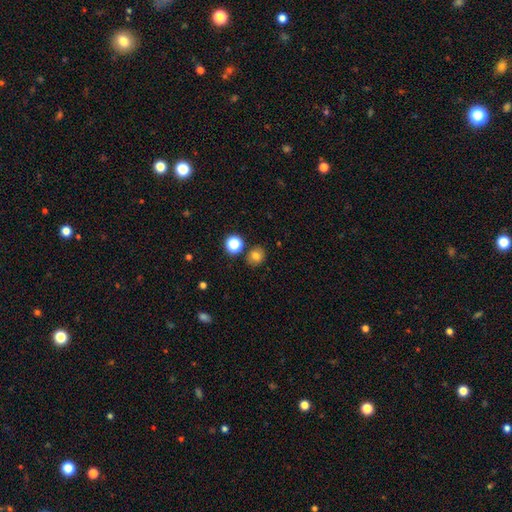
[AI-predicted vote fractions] This is likely a smooth galaxy (76%). How rounded: likely round (70%). Merging: clearly none (82%).